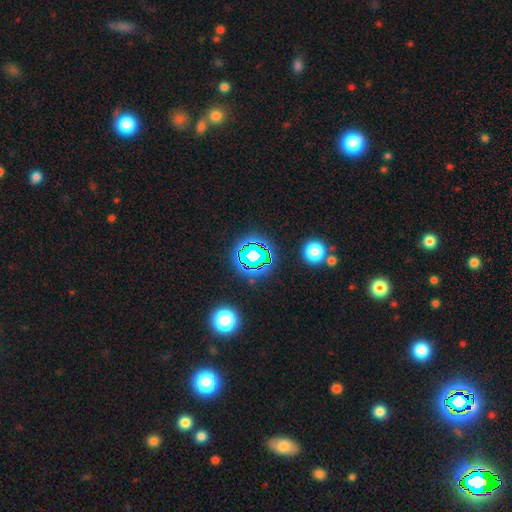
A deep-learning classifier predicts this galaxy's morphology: A star or artifact, not a galaxy (75%).